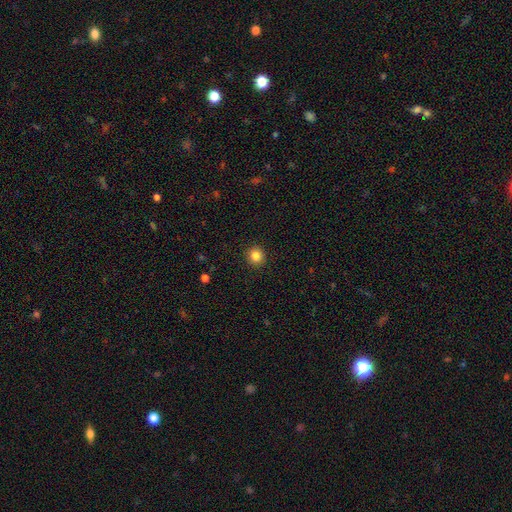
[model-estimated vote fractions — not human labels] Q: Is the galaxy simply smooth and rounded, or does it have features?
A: smooth — 85%.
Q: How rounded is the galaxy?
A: round — 91%.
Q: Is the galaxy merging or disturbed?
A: none — 92%.